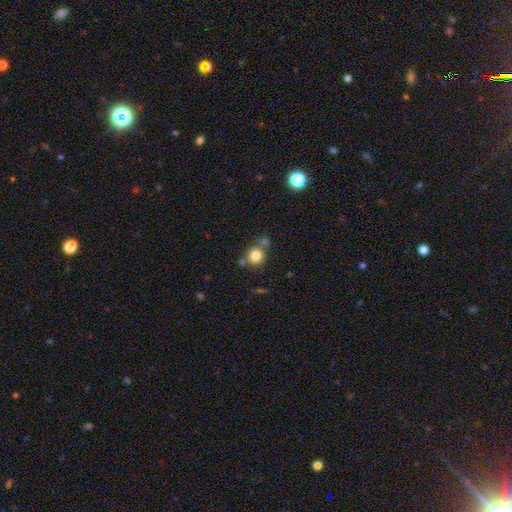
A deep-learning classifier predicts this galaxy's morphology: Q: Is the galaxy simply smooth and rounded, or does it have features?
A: smooth — 81%.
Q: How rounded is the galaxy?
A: round — 86%.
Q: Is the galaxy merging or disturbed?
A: none — 62%.